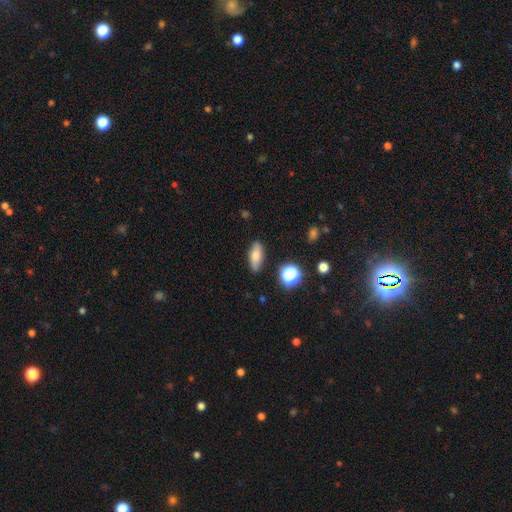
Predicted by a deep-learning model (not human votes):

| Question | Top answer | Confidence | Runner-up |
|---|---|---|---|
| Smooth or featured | smooth | 73% | featured or disk (17%) |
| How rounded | in between | 69% | cigar-shaped (24%) |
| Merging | none | 84% | minor disturbance (11%) |